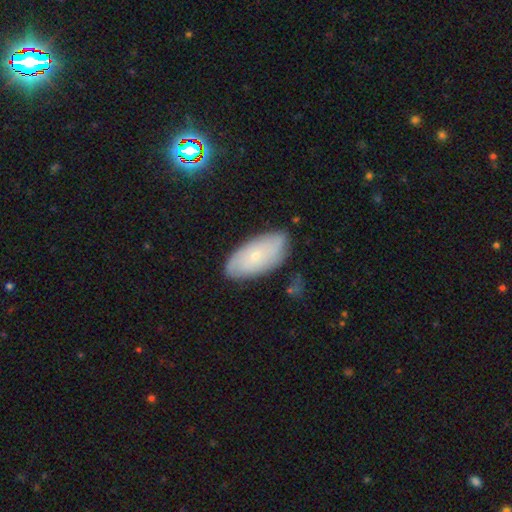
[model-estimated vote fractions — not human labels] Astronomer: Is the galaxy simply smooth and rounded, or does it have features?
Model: smooth — 49% (runner-up: featured or disk, 44%).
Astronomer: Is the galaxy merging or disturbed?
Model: none — 78%.